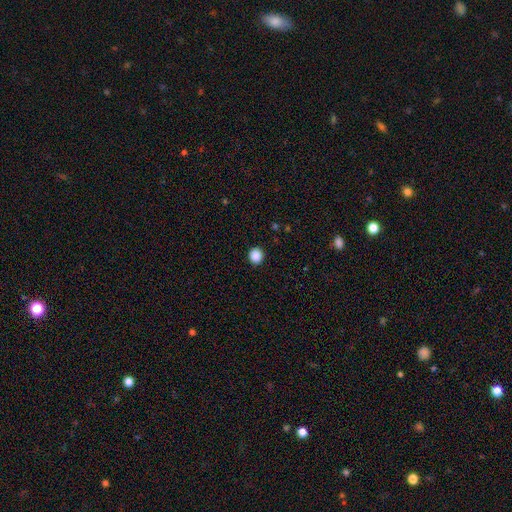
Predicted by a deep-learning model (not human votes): The model was most divided on "how rounded": round: 88%, in between: 11%, cigar-shaped: 1%. More confident: merging — none (92%); smooth or featured — smooth (87%).